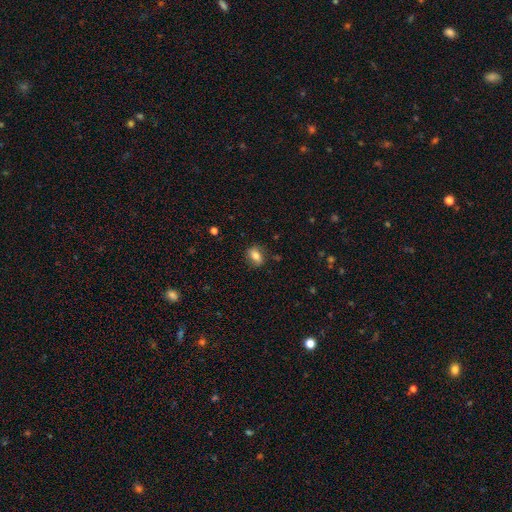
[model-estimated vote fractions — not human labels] Smooth or featured: smooth — 74% (featured or disk — 17%)
How rounded: in between — 73% (round — 24%)
Merging: none — 80% (minor disturbance — 15%)